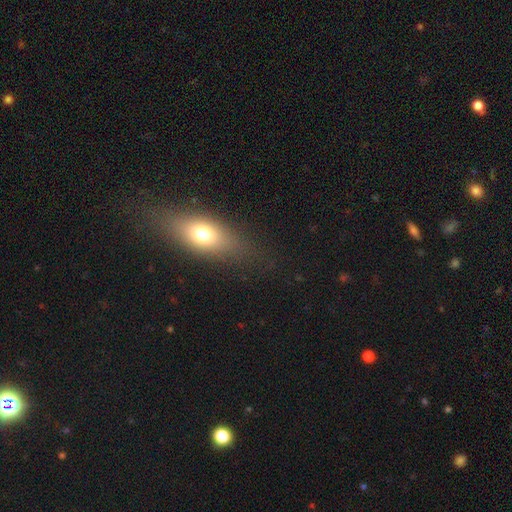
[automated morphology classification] Smooth or featured: smooth — 57% (featured or disk — 31%)
How rounded: in between — 56% (cigar-shaped — 37%)
Merging: none — 85% (minor disturbance — 11%)